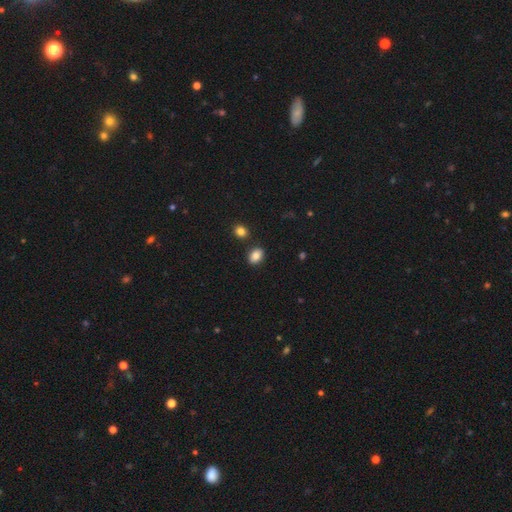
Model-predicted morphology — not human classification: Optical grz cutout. It shows a smooth galaxy with no disk features (83%) that is in between round and cigar-shaped (67%). Merging: none (83%).